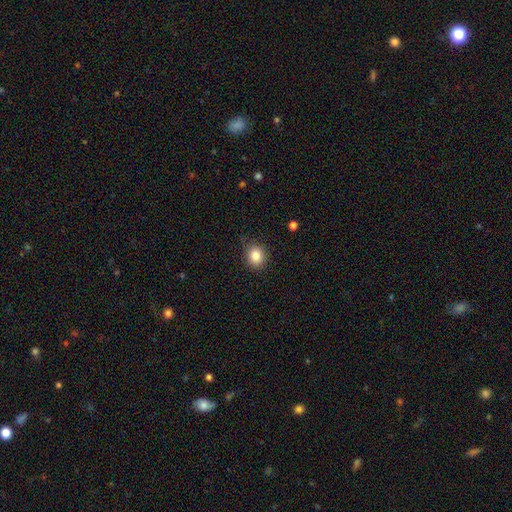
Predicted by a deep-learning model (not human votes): This appears to be a smooth galaxy with no disk features (85%) that is round (70%). Merging: none (83%).